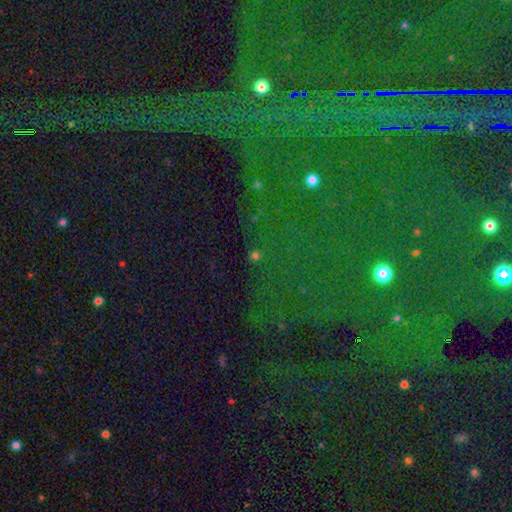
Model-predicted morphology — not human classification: smooth-or-featured: smooth: 58% | star or artifact: 36% | featured or disk: 6%
  how-rounded: round: 88% | in between: 11% | cigar-shaped: 1%
  merging: none: 82% | minor disturbance: 9% | merger: 5% | major disturbance: 4%